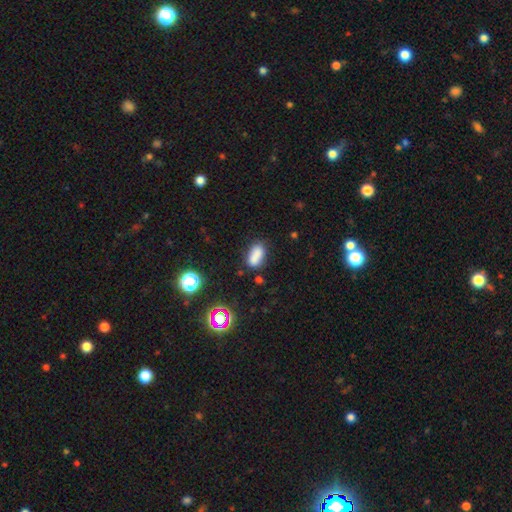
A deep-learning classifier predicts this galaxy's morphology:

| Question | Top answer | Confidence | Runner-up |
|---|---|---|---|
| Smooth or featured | smooth | 82% | star or artifact (12%) |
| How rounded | in between | 87% | cigar-shaped (8%) |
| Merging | none | 70% | minor disturbance (19%) |